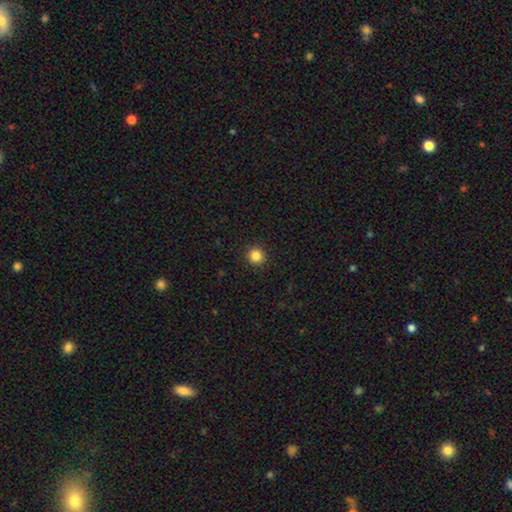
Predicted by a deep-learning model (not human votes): This appears to be a smooth galaxy with no disk features (84%) that is round (94%). Merging: none (92%).